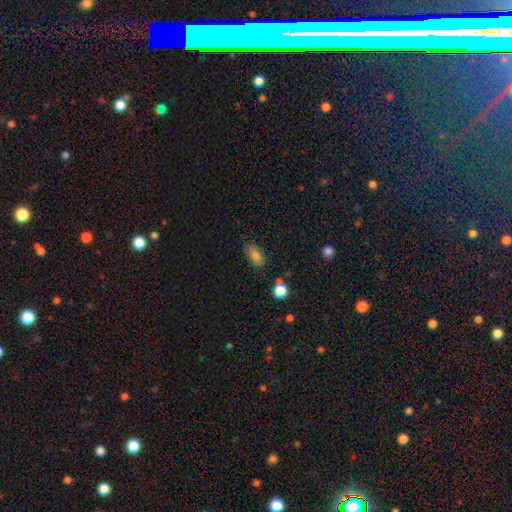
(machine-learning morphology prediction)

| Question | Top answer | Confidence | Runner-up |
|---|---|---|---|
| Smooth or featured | smooth | 77% | featured or disk (12%) |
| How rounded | in between | 85% | cigar-shaped (8%) |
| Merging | none | 77% | minor disturbance (16%) |